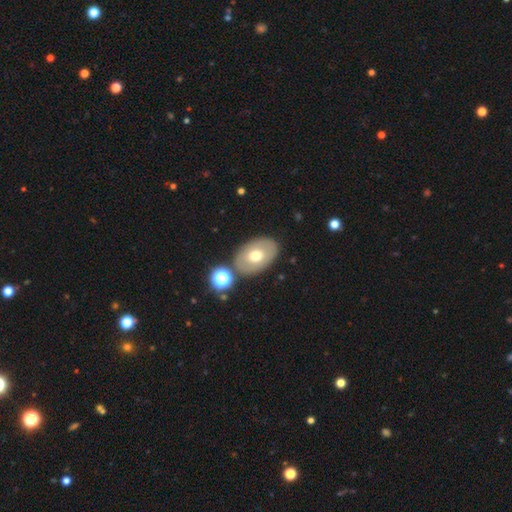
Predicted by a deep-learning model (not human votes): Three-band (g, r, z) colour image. It shows a smooth galaxy with no disk features (63%) that is in between round and cigar-shaped (85%). Merging: none (79%).